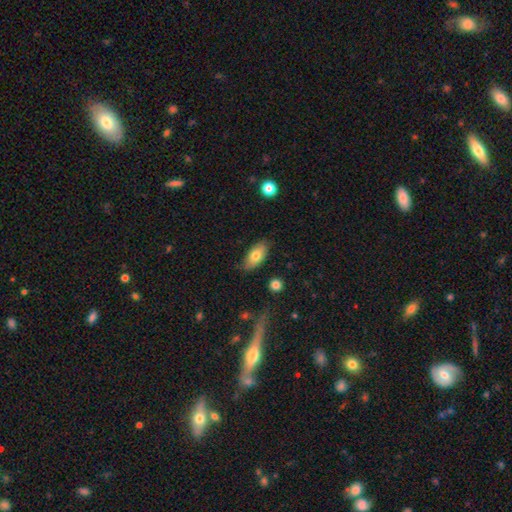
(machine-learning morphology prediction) smooth-or-featured: smooth: 76% | featured or disk: 17% | star or artifact: 7%
  how-rounded: in between: 89% | cigar-shaped: 7% | round: 4%
  merging: none: 77% | minor disturbance: 18% | major disturbance: 3% | merger: 2%